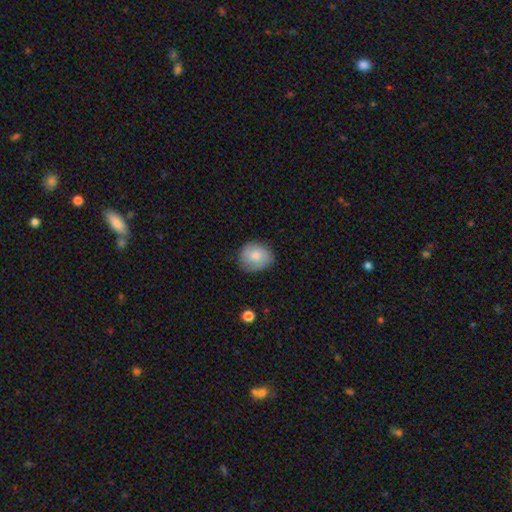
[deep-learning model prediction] Smooth or featured? Predicted: smooth (p=0.76). How rounded? Predicted: round (p=0.60). Merging? Predicted: none (p=0.74).